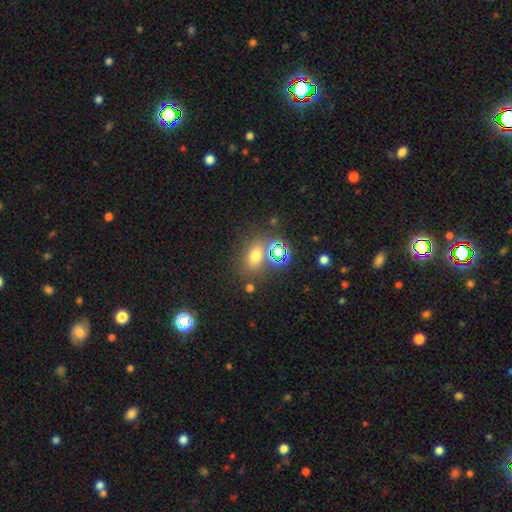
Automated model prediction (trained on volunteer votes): Smooth or featured: smooth — 66% (star or artifact — 24%)
How rounded: in between — 60% (round — 37%)
Merging: none — 68% (merger — 15%)